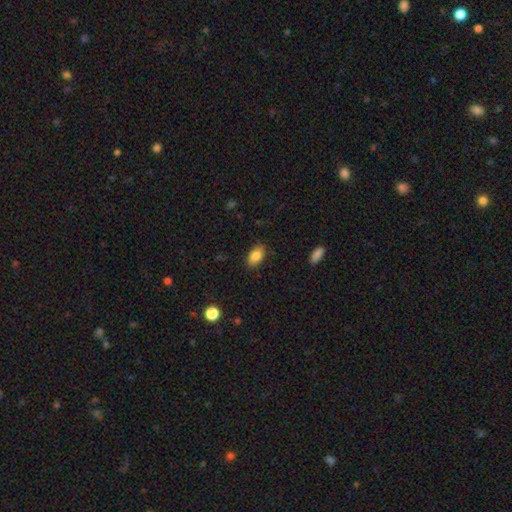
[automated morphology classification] The model was most divided on "merging": none: 84%, minor disturbance: 12%, major disturbance: 3%, merger: 1%. More confident: how rounded — in between (90%); smooth or featured — smooth (85%).